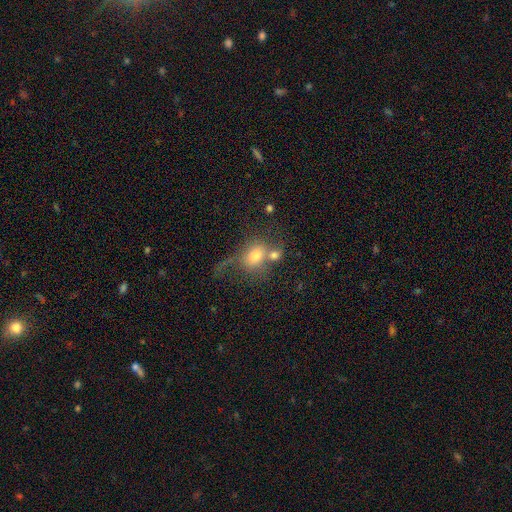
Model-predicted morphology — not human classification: type=smooth (63%); roundness=round (57%); merging=merger (38%).